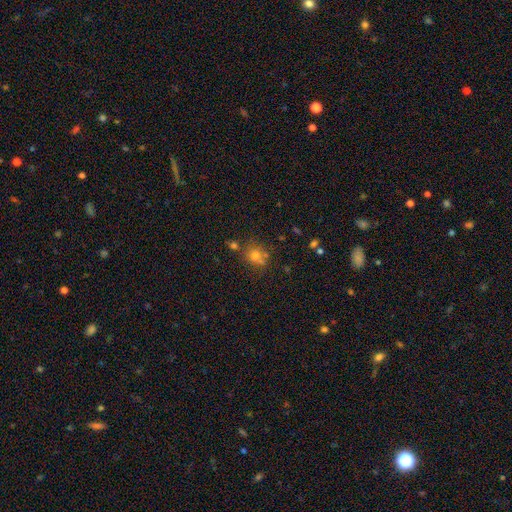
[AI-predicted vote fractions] This is likely a smooth galaxy (65%). How rounded: clearly round (82%). Merging: likely none (66%).